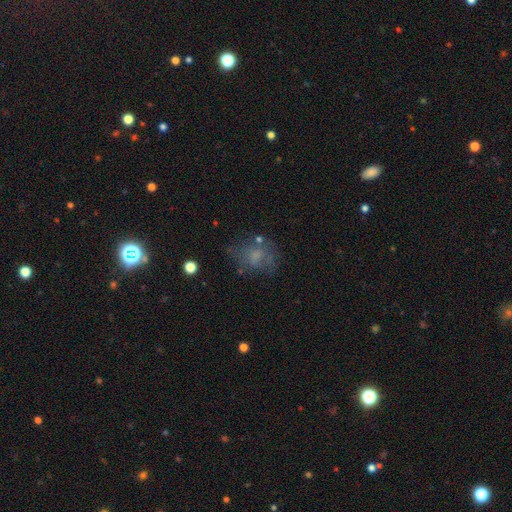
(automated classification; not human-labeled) Smooth or featured?
  - smooth: 50% *
  - featured or disk: 33%
  - star or artifact: 16%
How rounded?
  - in between: 60% *
  - round: 38%
  - cigar-shaped: 2%
Merging?
  - none: 52% *
  - minor disturbance: 22%
  - major disturbance: 21%
  - merger: 5%